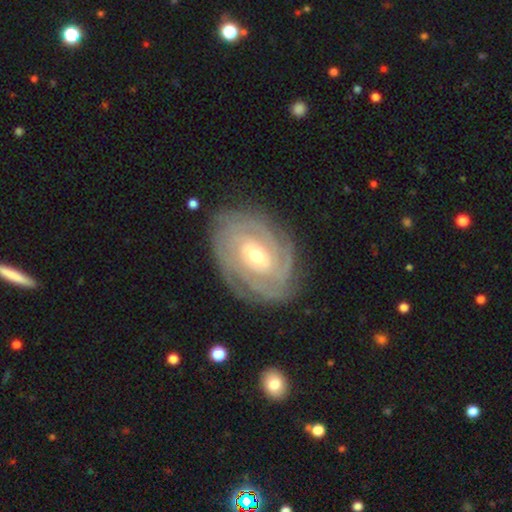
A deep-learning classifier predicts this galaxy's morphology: This appears to be a featured or disk galaxy (89%) with a weak bar (43%), 3 (26%) tight (82%) spiral arms (97%) and a moderate central bulge (51%). Merging: none (82%).